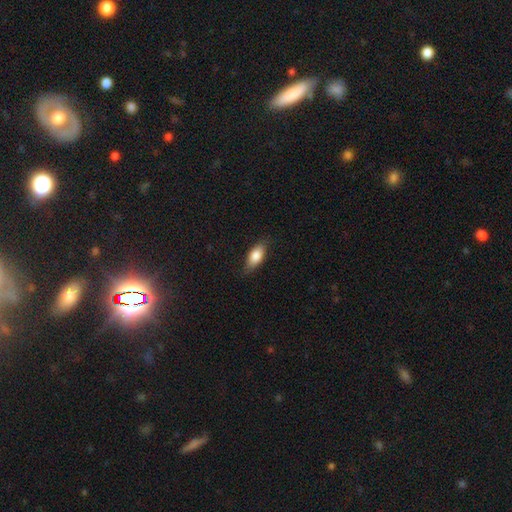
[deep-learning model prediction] The model was most divided on "merging": none: 80%, minor disturbance: 16%, major disturbance: 3%, merger: 1%. More confident: how rounded — in between (84%); smooth or featured — smooth (81%).